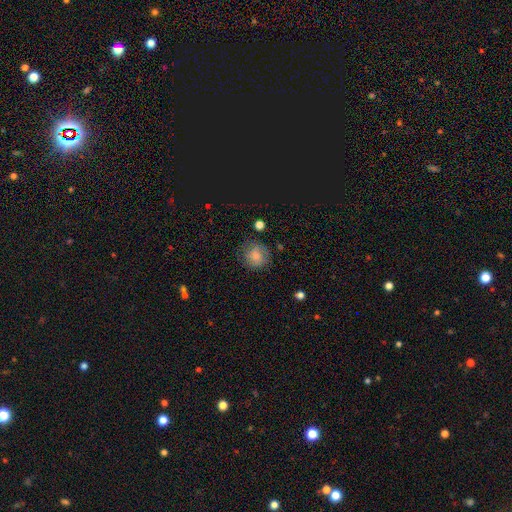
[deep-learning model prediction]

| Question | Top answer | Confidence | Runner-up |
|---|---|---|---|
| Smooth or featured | smooth | 77% | featured or disk (13%) |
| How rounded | round | 83% | in between (16%) |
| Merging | none | 71% | minor disturbance (20%) |